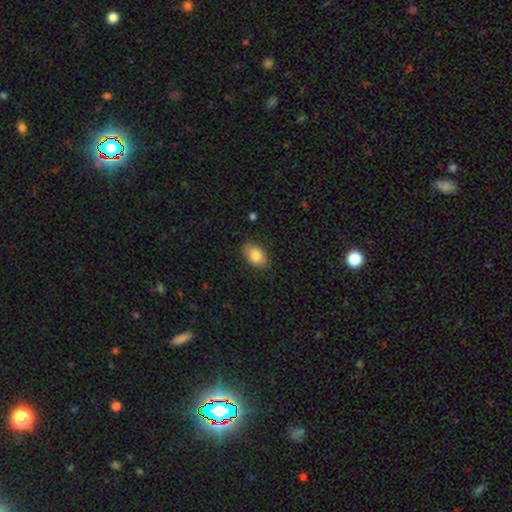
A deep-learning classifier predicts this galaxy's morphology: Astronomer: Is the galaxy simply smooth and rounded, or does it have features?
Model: smooth — 83%.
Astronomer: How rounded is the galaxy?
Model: in between — 88%.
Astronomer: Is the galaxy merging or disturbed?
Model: none — 86%.